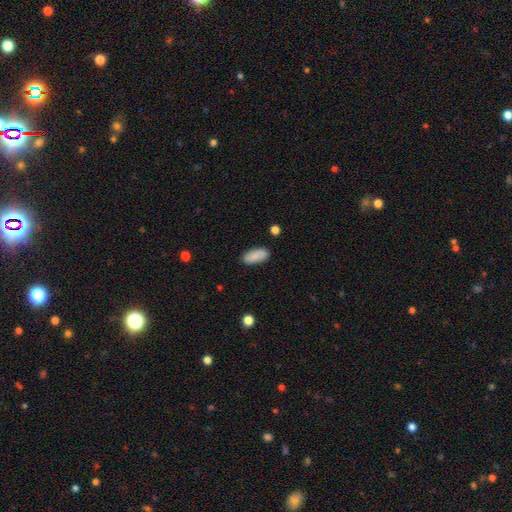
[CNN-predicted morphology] Q: Smooth or featured?
A: smooth (85%); runner-up: featured or disk (8%)
Q: How rounded?
A: in between (89%); runner-up: cigar-shaped (9%)
Q: Merging?
A: none (84%); runner-up: minor disturbance (11%)